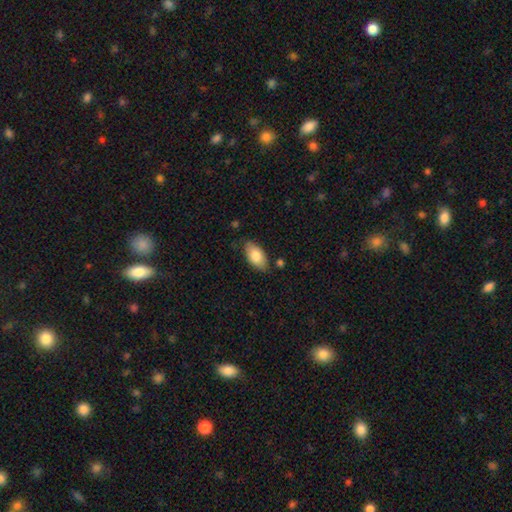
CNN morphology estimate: smooth_or_featured: smooth (p=0.82) [alt: featured or disk p=0.12]
how_rounded: in between (p=0.93) [alt: cigar-shaped p=0.04]
merging: none (p=0.79) [alt: minor disturbance p=0.15]